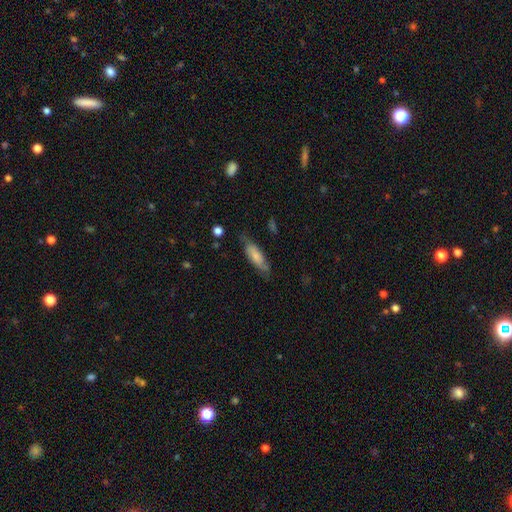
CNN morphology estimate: A smooth galaxy with no disk features (66%) that is in between round and cigar-shaped (54%).

Vote fractions:
- Smooth or featured? smooth: 66% / featured or disk: 28% / star or artifact: 6%
- How rounded? in between: 54% / cigar-shaped: 44% / round: 2%
- Merging? none: 66% / minor disturbance: 25% / major disturbance: 7% / merger: 2%